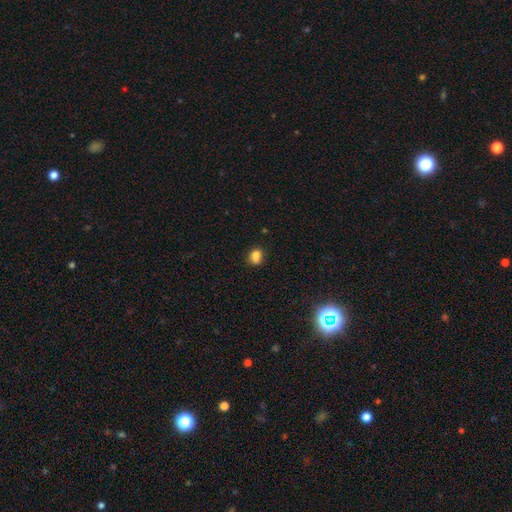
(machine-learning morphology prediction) This appears to be a smooth galaxy with no disk features (82%) that is in between round and cigar-shaped (50%). Merging: none (68%).